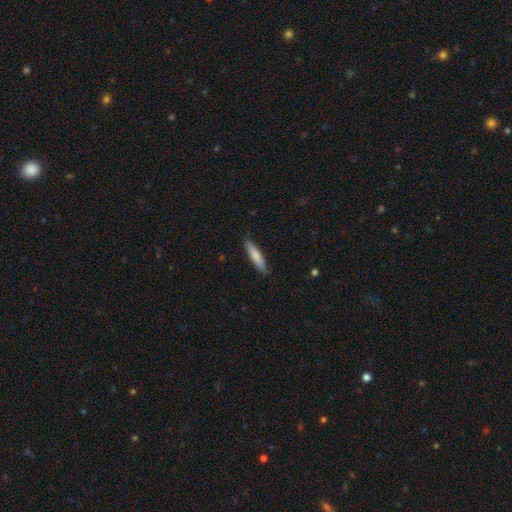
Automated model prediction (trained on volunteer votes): This appears to be a smooth galaxy with no disk features (77%) that is cigar-shaped (84%). Merging: none (88%).